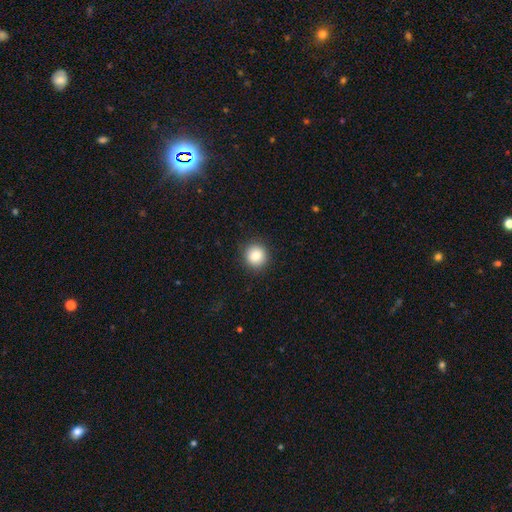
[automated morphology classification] smooth 87%, star or artifact 9%, featured or disk 4%. Down the decision tree: how rounded — round (91%); merging — none (91%).